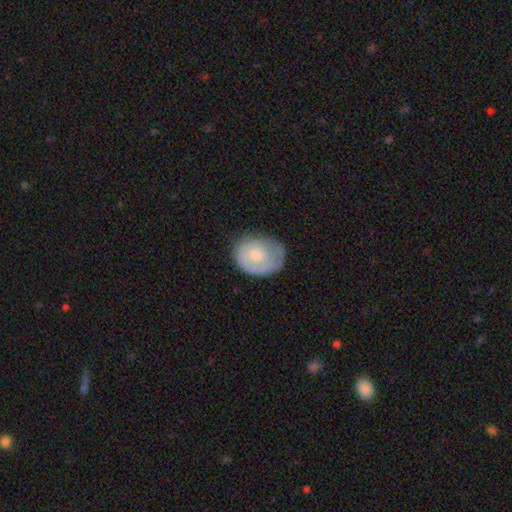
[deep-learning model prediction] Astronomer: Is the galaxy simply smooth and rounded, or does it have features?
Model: smooth — 63%.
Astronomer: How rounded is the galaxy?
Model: in between — 51% (runner-up: round, 48%).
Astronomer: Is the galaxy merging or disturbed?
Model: none — 56%.